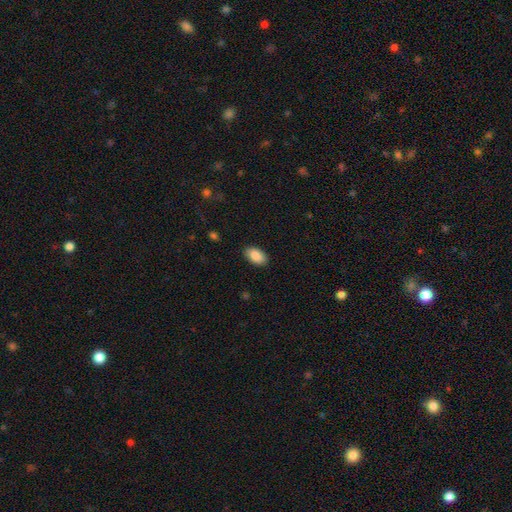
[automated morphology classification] A smooth galaxy with no disk features (89%) that is in between round and cigar-shaped (94%). Merging: none (87%).